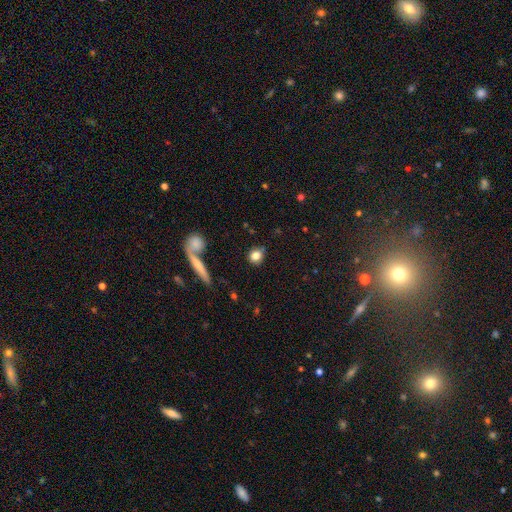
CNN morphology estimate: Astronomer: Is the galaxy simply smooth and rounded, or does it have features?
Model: smooth — 81%.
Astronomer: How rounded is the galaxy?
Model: round — 71%.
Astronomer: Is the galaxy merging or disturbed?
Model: none — 79%.